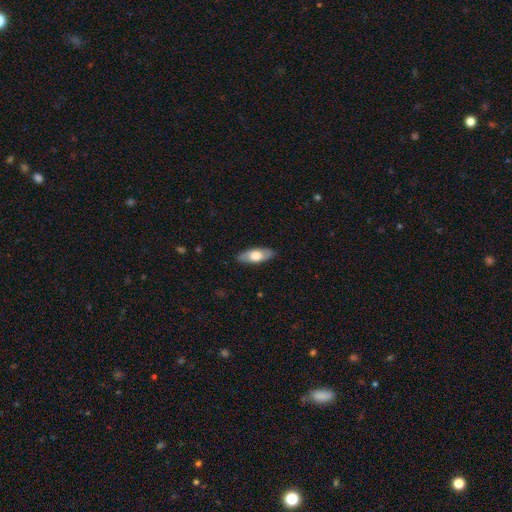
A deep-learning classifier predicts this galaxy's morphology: A smooth galaxy with no disk features (64%) that is in between round and cigar-shaped (77%). Merging: none (87%).